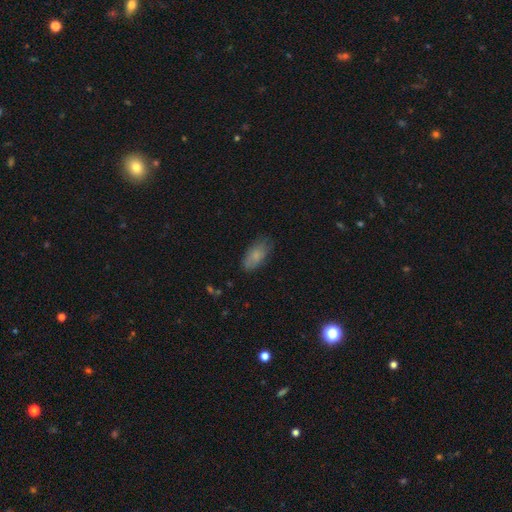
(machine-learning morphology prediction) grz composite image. It shows a smooth galaxy with no disk features (81%) that is in between round and cigar-shaped (88%). Merging: none (73%).